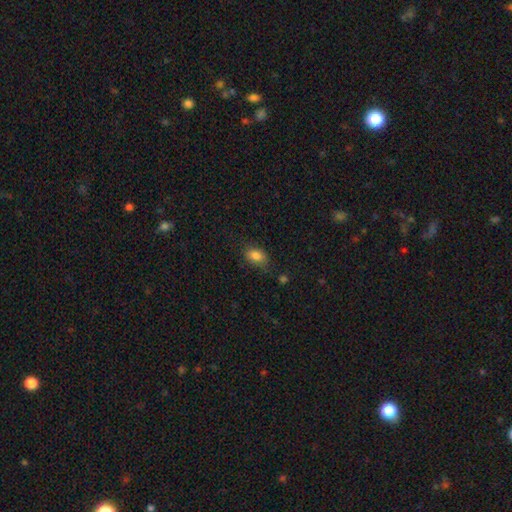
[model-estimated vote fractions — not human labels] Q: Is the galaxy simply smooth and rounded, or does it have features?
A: smooth — 84%.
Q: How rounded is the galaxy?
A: in between — 84%.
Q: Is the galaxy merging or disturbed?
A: none — 74%.